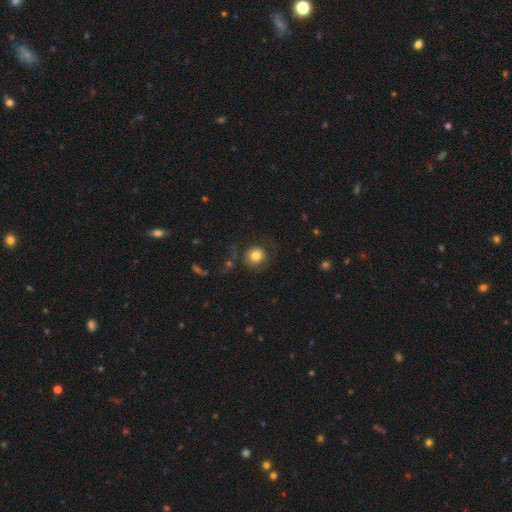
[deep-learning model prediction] This appears to be a smooth galaxy with no disk features (80%) that is round (92%). Merging: none (76%).